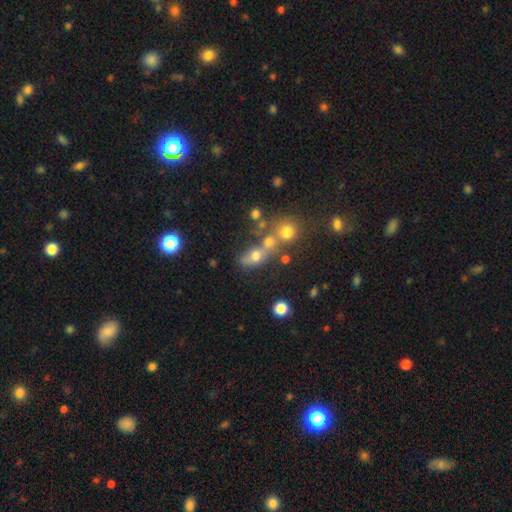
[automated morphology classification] Smooth or featured?
  - smooth: 63% *
  - featured or disk: 19%
  - star or artifact: 18%
How rounded?
  - in between: 53% *
  - round: 41%
  - cigar-shaped: 6%
Merging?
  - merger: 41% *
  - none: 37%
  - minor disturbance: 13%
  - major disturbance: 9%